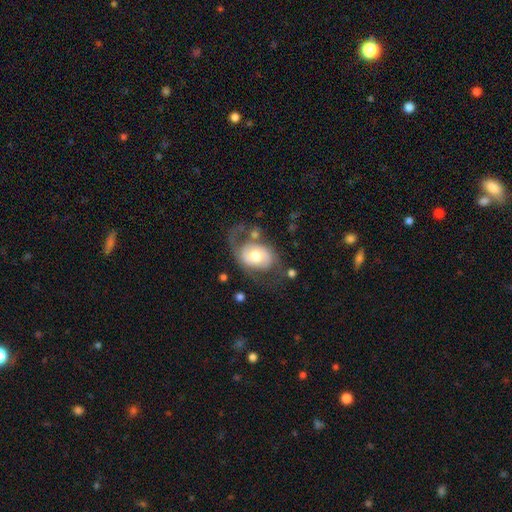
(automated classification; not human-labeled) smooth-or-featured: featured or disk: 67% | smooth: 27% | star or artifact: 6%
  disk-edge-on: no: 96% | yes: 4%
    bar: no: 63% | weak: 29% | strong: 8%
    has-spiral-arms: yes: 80% | no: 20%
      spiral-winding: medium: 42% | loose: 37% | tight: 20%
      spiral-arm-count: 2: 75% | 1: 12% | can't tell: 10% | 3: 1% | 4: 1% | more than 4: 1%
    bulge-size: moderate: 65% | large: 18% | small: 14% | dominant: 2% | none: 1%
  merging: none: 42% | major disturbance: 30% | minor disturbance: 21% | merger: 7%